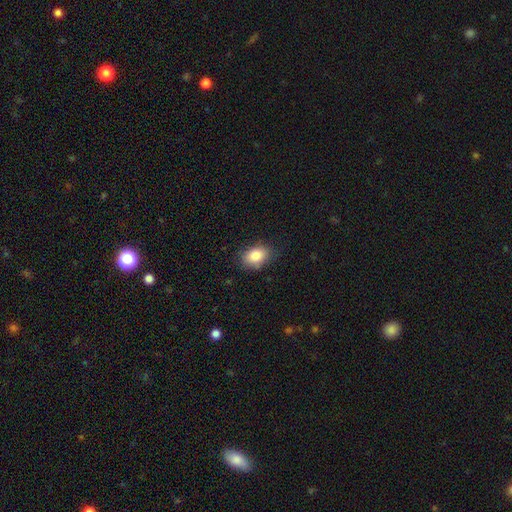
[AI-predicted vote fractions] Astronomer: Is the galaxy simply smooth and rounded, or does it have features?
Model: smooth — 85%.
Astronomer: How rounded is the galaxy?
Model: in between — 79%.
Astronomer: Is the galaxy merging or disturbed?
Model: none — 78%.